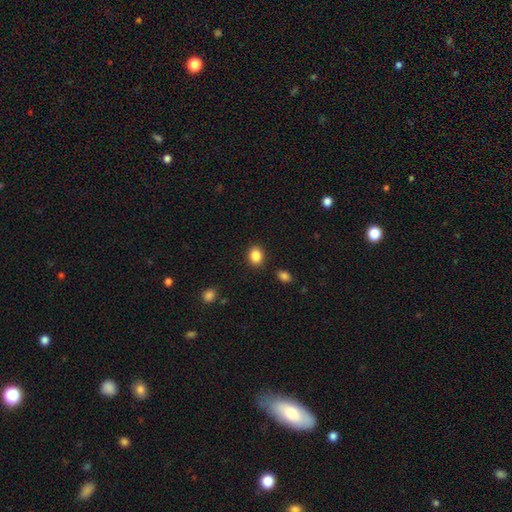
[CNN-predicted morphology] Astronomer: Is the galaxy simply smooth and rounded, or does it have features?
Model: smooth — 87%.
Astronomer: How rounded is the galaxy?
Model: round — 54% (runner-up: in between, 45%).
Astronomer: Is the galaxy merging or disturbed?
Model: none — 88%.